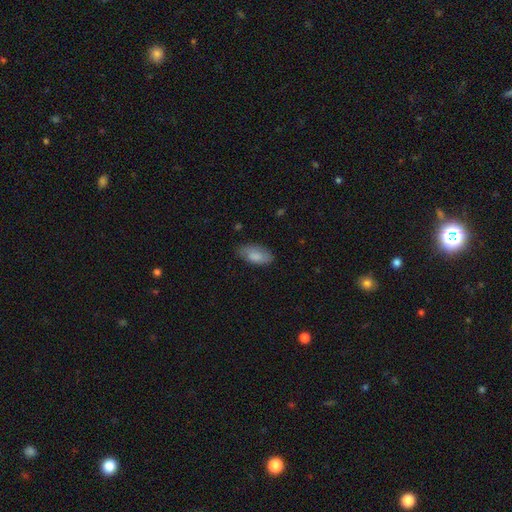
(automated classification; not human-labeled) This appears to be a smooth galaxy with no disk features (82%) that is in between round and cigar-shaped (92%). Merging: none (75%).